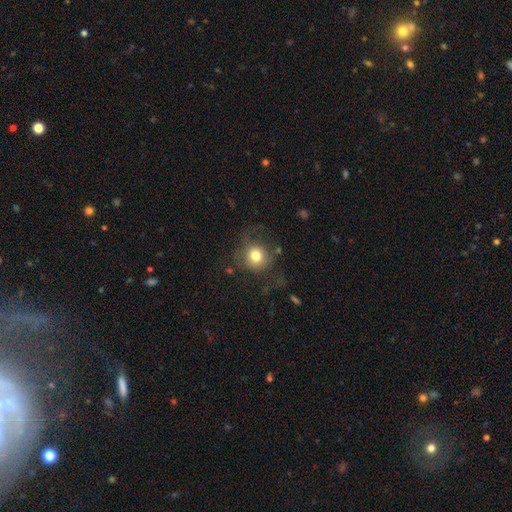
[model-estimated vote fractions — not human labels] smooth-or-featured: smooth: 76% | featured or disk: 13% | star or artifact: 11%
  how-rounded: round: 90% | in between: 9% | cigar-shaped: 1%
  merging: none: 65% | minor disturbance: 17% | major disturbance: 16% | merger: 2%